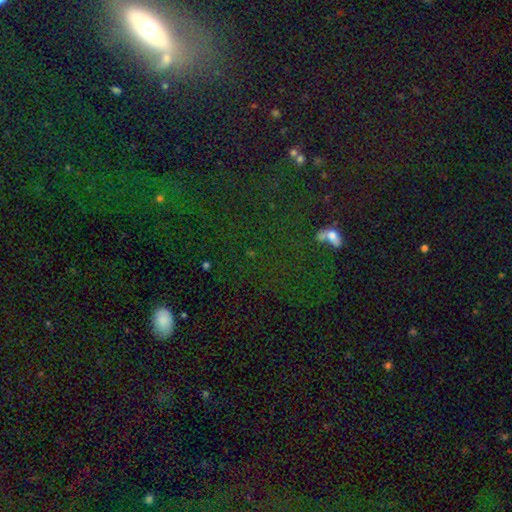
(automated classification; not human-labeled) A star or artifact, not a galaxy (61%).